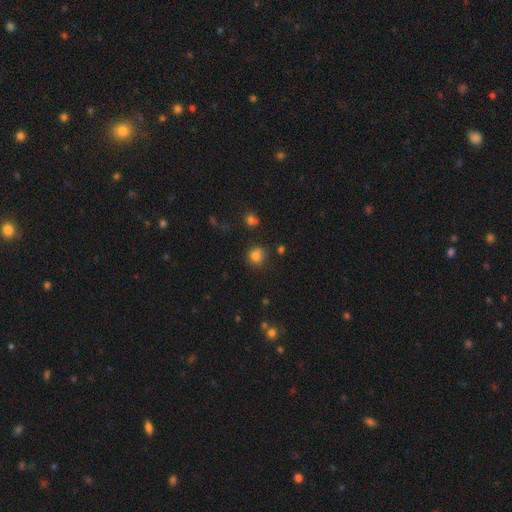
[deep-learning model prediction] A smooth galaxy with no disk features (80%) that is round (86%). Merging: none (79%).